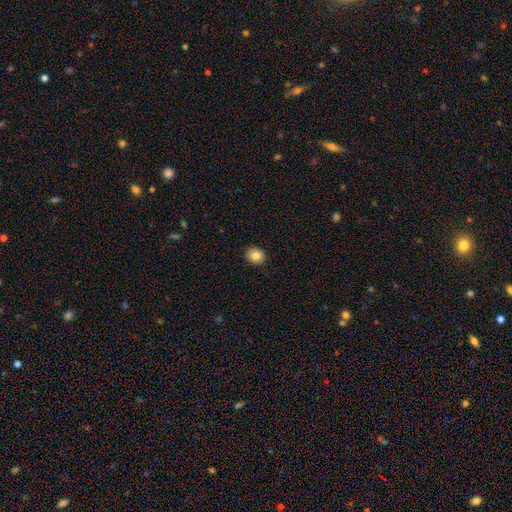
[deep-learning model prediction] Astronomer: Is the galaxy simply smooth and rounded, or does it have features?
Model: smooth — 84%.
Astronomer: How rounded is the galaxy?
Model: round — 69%.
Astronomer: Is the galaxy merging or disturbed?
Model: none — 90%.